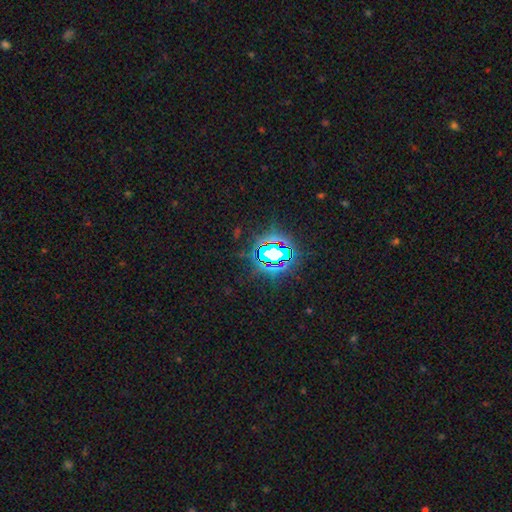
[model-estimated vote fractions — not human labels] smooth-or-featured: star or artifact: 79% | smooth: 12% | featured or disk: 9%